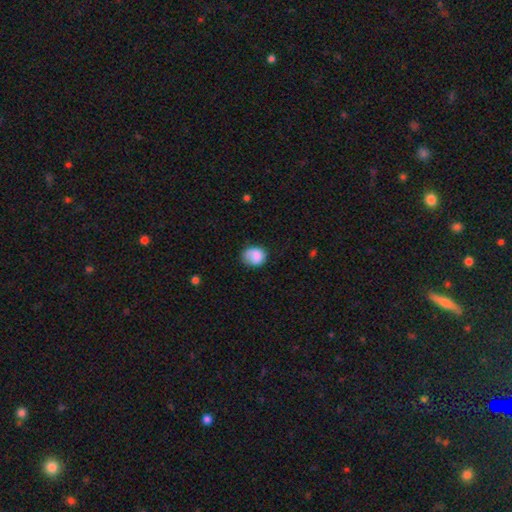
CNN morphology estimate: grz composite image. It shows a smooth galaxy with no disk features (84%) that is round (61%). Merging: none (61%).